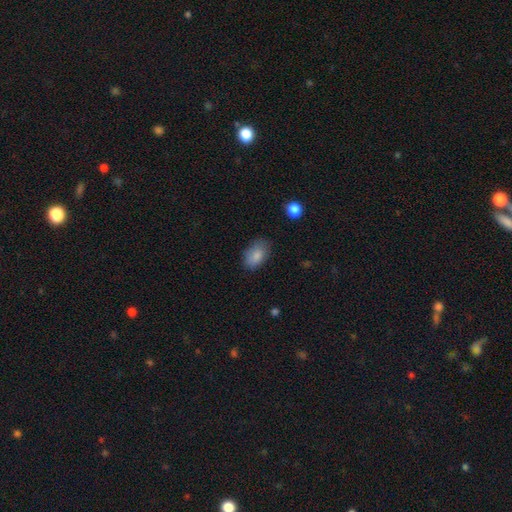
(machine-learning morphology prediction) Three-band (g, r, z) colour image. It shows a smooth galaxy with no disk features (85%) that is in between round and cigar-shaped (90%). Merging: none (75%).